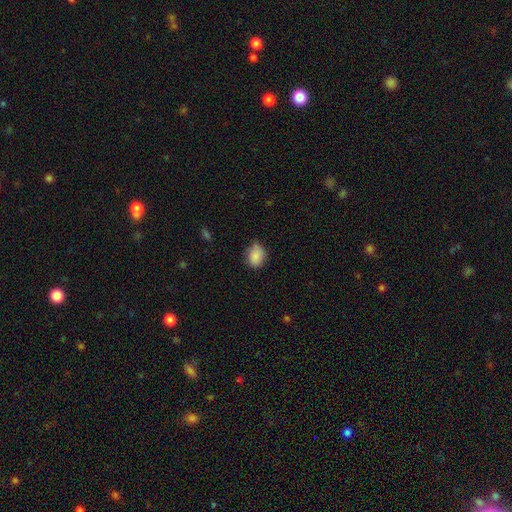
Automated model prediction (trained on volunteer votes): Overall: smooth (87%). How rounded: in between (62%; round 37%). Merging: none (67%; minor disturbance 27%).